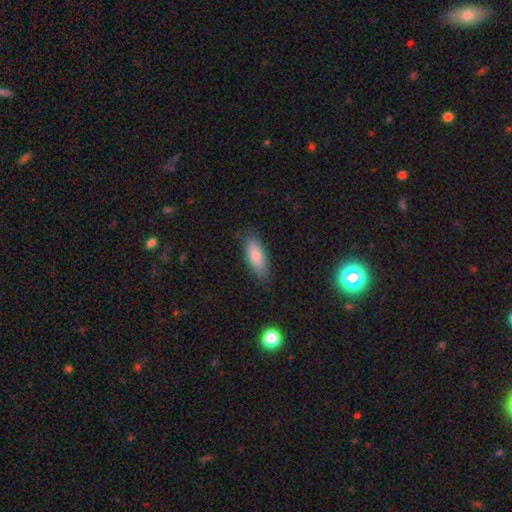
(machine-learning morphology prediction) The model was most divided on "how rounded": in between: 72%, cigar-shaped: 26%, round: 2%. More confident: smooth or featured — smooth (83%); merging — none (81%).